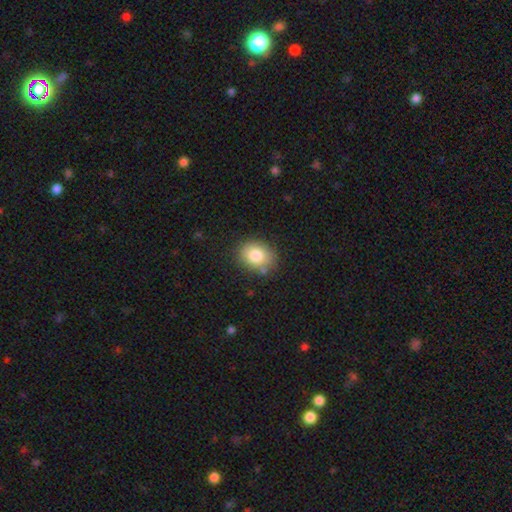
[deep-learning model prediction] smooth-or-featured: smooth: 82% | featured or disk: 9% | star or artifact: 9%
  how-rounded: in between: 53% | round: 46% | cigar-shaped: 1%
  merging: none: 80% | minor disturbance: 13% | major disturbance: 3% | merger: 3%